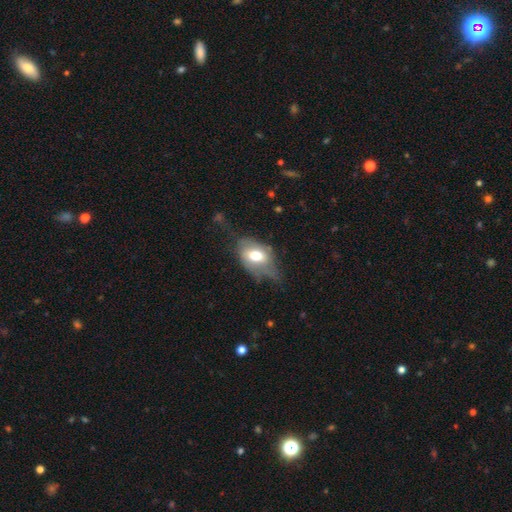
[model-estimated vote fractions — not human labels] Morphology: type=smooth (62%); roundness=in between (84%); merging=none (36%).